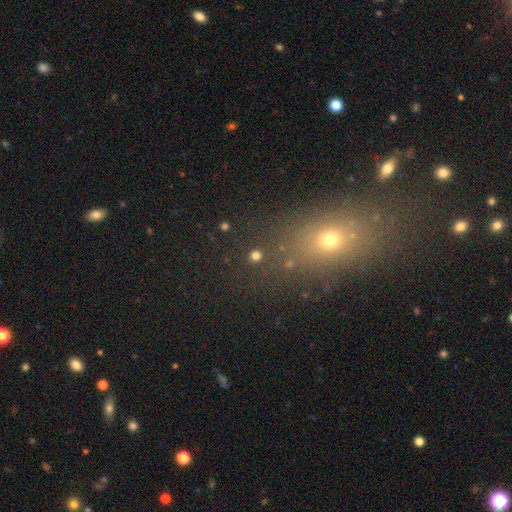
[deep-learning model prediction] The model was most divided on "smooth or featured": smooth: 74%, star or artifact: 21%, featured or disk: 6%. More confident: how rounded — round (89%); merging — none (86%).